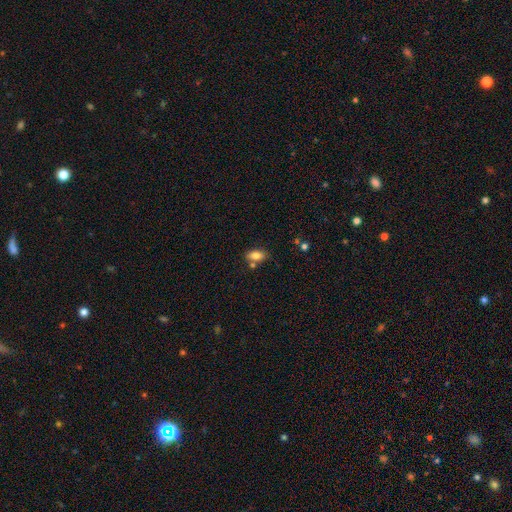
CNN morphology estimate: smooth_or_featured: smooth (p=0.83) [alt: star or artifact p=0.09]
how_rounded: in between (p=0.89) [alt: round p=0.07]
merging: none (p=0.67) [alt: minor disturbance p=0.16]